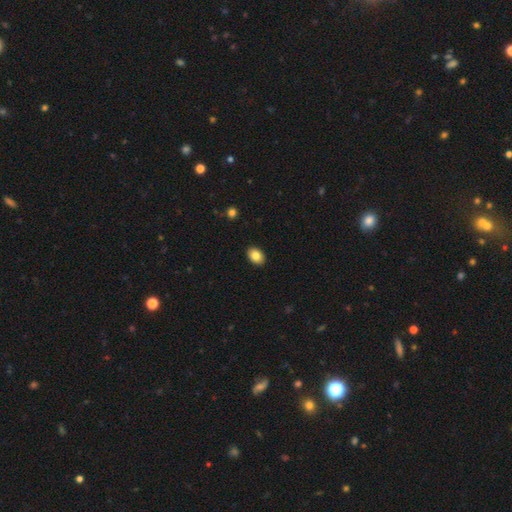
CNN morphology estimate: type=smooth (85%); roundness=in between (78%); merging=none (91%).